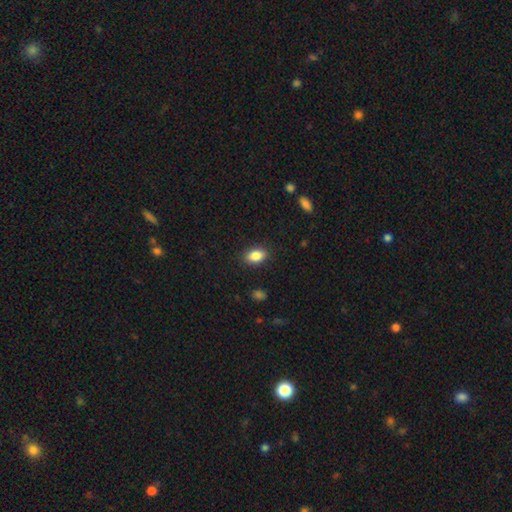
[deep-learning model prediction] smooth-or-featured: smooth: 86% | star or artifact: 8% | featured or disk: 6%
  how-rounded: in between: 89% | round: 9% | cigar-shaped: 3%
  merging: none: 88% | minor disturbance: 9% | major disturbance: 2% | merger: 1%